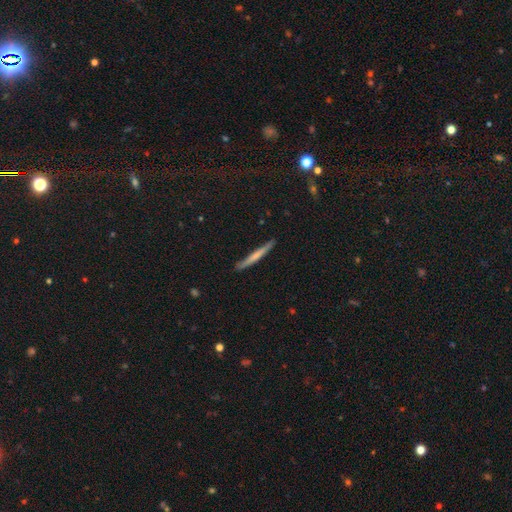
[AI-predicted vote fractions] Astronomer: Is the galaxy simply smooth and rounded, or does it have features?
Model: smooth — 56% (runner-up: featured or disk, 38%).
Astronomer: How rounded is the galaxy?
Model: cigar-shaped — 96%.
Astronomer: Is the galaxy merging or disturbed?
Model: none — 87%.